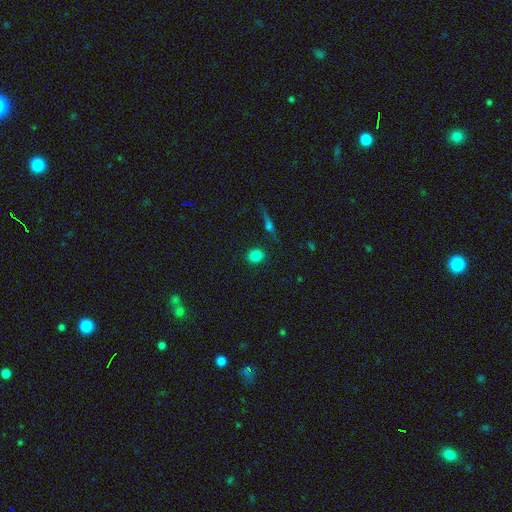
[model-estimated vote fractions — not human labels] Smooth or featured? Predicted: smooth (p=0.83). How rounded? Predicted: round (p=0.68). Merging? Predicted: none (p=0.87).